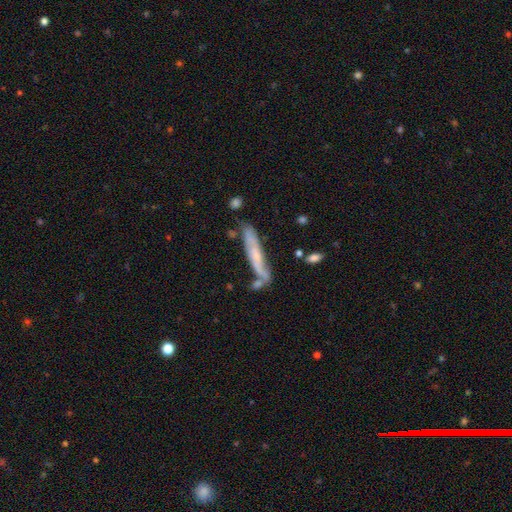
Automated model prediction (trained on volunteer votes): The model was most divided on "smooth or featured": featured or disk: 55%, smooth: 38%, star or artifact: 7%. More confident: edge-on disk — yes (70%); merging — none (61%).